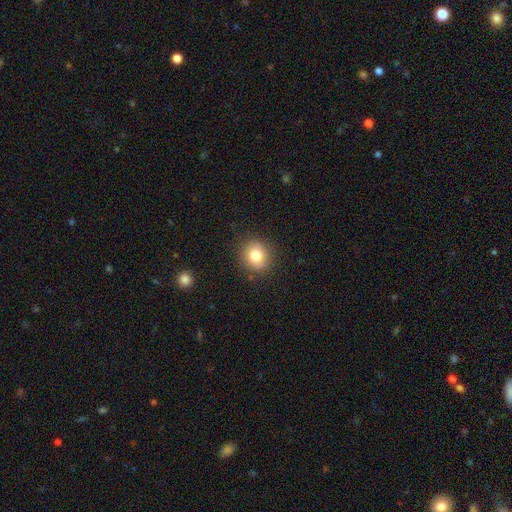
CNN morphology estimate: A smooth galaxy with no disk features (80%) that is round (77%). Merging: none (88%).